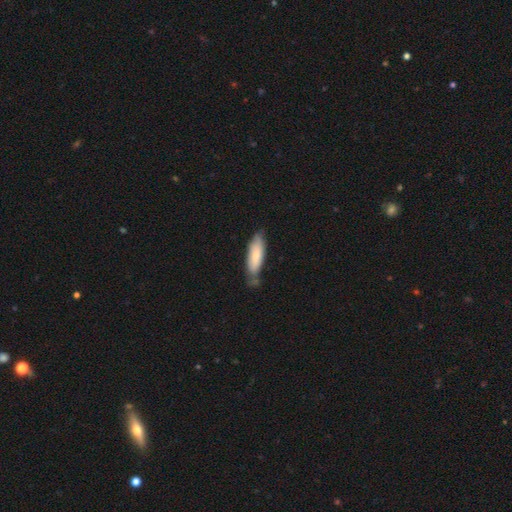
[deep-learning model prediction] Smooth or featured?
  - smooth: 75% *
  - featured or disk: 20%
  - star or artifact: 5%
How rounded?
  - in between: 51% *
  - cigar-shaped: 47%
  - round: 1%
Merging?
  - none: 61% *
  - minor disturbance: 28%
  - merger: 6%
  - major disturbance: 5%